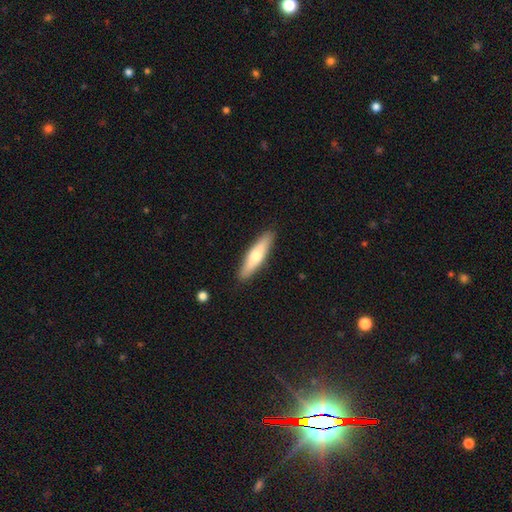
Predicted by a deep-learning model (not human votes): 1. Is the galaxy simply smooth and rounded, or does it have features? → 57% smooth, 38% featured or disk, 5% star or artifact.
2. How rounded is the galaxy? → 76% cigar-shaped, 22% in between, 2% round.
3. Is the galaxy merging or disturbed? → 90% none, 8% minor disturbance, 2% major disturbance, 1% merger.